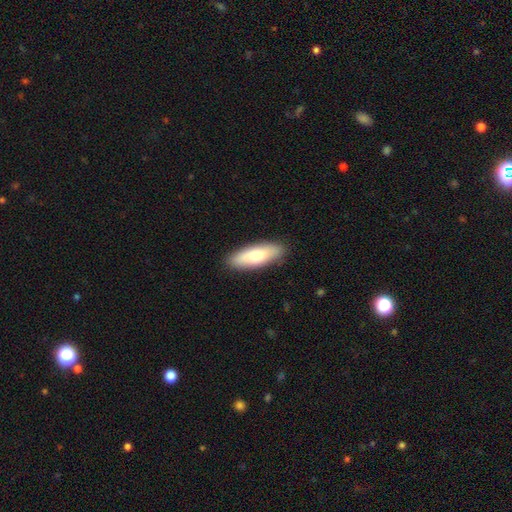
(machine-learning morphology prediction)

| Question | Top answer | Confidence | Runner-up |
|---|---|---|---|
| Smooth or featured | smooth | 77% | featured or disk (18%) |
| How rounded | in between | 57% | cigar-shaped (41%) |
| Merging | none | 87% | minor disturbance (10%) |